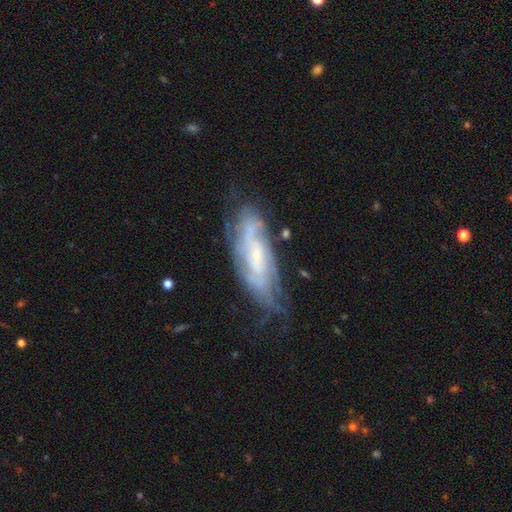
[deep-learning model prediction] Morphology: type=featured or disk (75%); edge-on=no (82%); bar=no (50%); spiral arms=yes (85%); winding=tight (55%); arm count=can't tell (53%); bulge=small (63%); merging=none (62%).